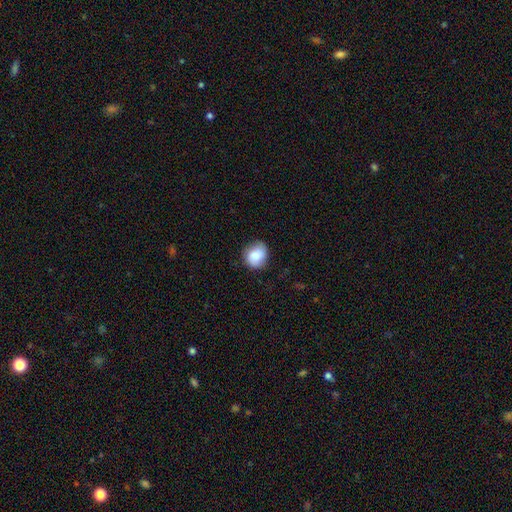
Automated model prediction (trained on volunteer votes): Overall: smooth (82%). How rounded: round (69%; in between 30%). Merging: none (74%).